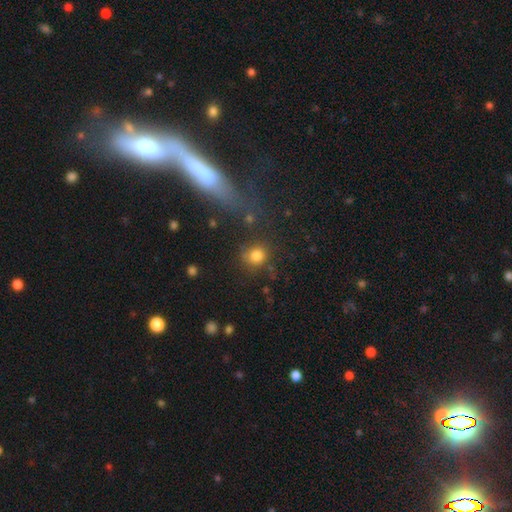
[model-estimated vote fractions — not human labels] smooth 81%, star or artifact 12%, featured or disk 6%. Down the decision tree: how rounded — round (84%); merging — none (71%).